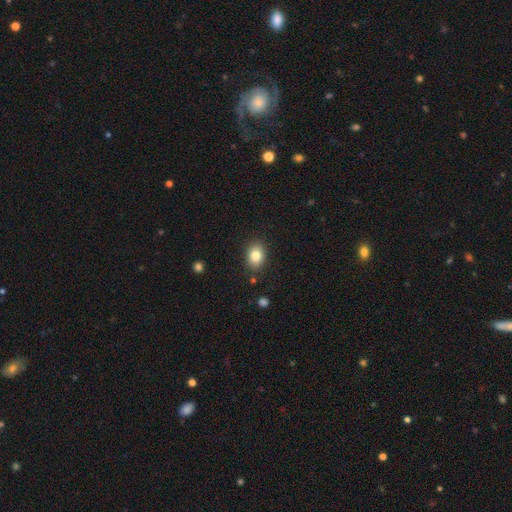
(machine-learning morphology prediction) Smooth or featured? smooth (83%)
How rounded? in between (68%)
Merging? none (86%)